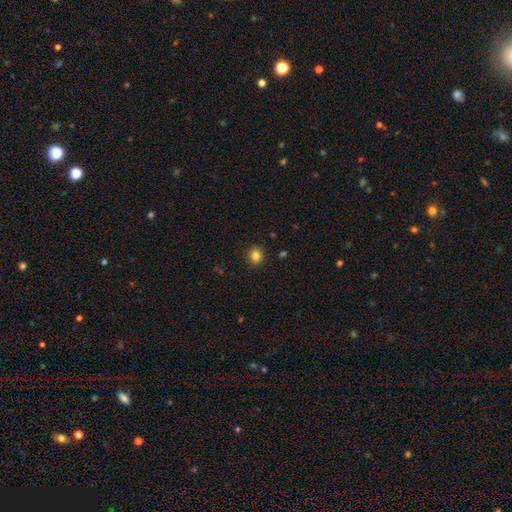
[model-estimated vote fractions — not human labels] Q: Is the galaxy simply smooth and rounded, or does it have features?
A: smooth — 83%.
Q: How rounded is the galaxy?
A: round — 79%.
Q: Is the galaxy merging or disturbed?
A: none — 90%.